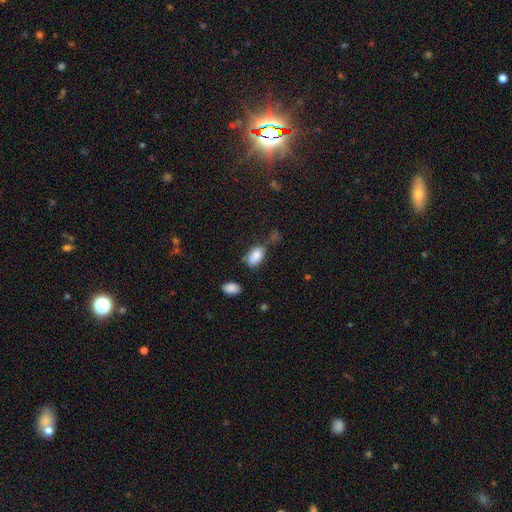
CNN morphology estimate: A smooth galaxy with no disk features (85%) that is in between round and cigar-shaped (92%). Merging: none (53%).